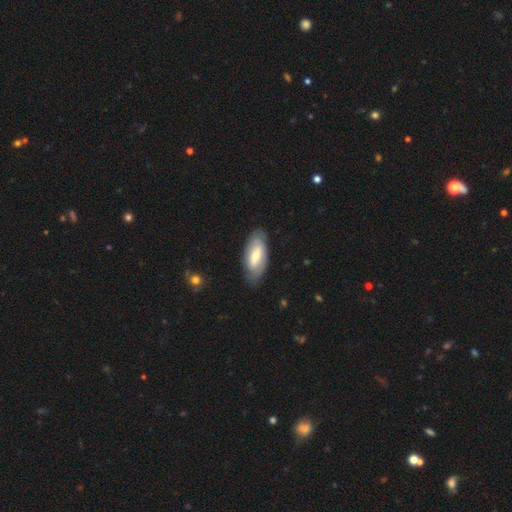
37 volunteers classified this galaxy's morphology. This is likely a featured or disk galaxy (70%). It is clearly not viewed edge-on (92%). Bar: possibly weak (46%). Spiral arm pattern: likely yes (79%). Spiral arm count: likely 2 (68%). Spiral winding: possibly tight (47%). Central bulge: possibly small (46%). Merging: clearly none (83%).